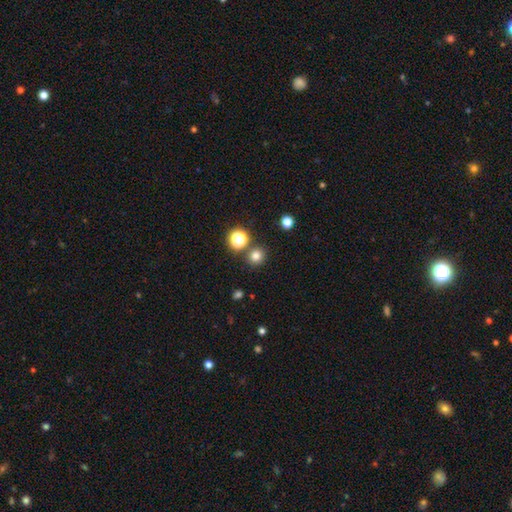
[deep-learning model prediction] Q: Smooth or featured?
A: smooth (77%); runner-up: star or artifact (18%)
Q: How rounded?
A: round (90%); runner-up: in between (9%)
Q: Merging?
A: none (83%); runner-up: merger (8%)